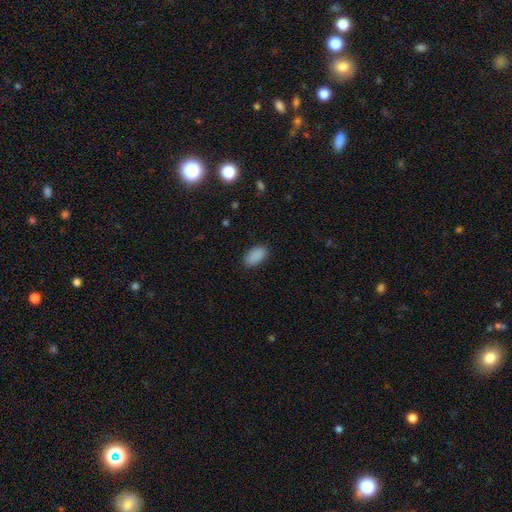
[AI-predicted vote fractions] The model was most divided on "merging": none: 87%, minor disturbance: 9%, major disturbance: 2%, merger: 1%. More confident: how rounded — in between (94%); smooth or featured — smooth (89%).